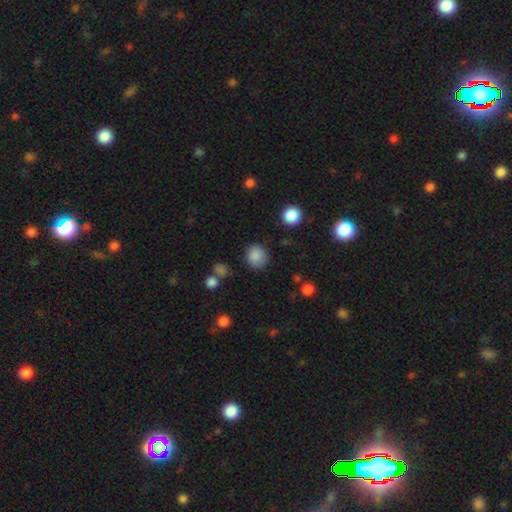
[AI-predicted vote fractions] Smooth or featured? smooth (86%)
How rounded? round (82%)
Merging? none (82%)